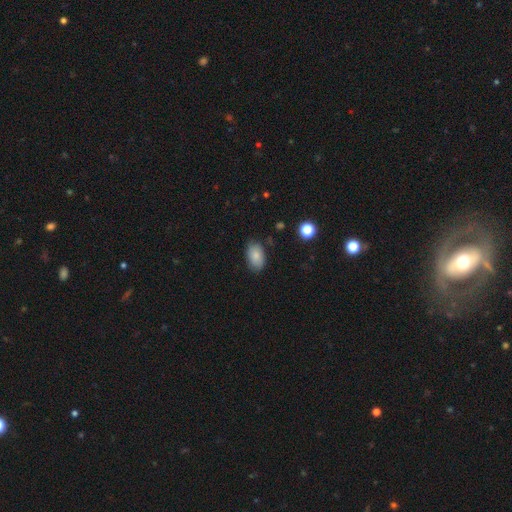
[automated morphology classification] Smooth or featured? Predicted: smooth (p=0.82). How rounded? Predicted: in between (p=0.90). Merging? Predicted: none (p=0.80).